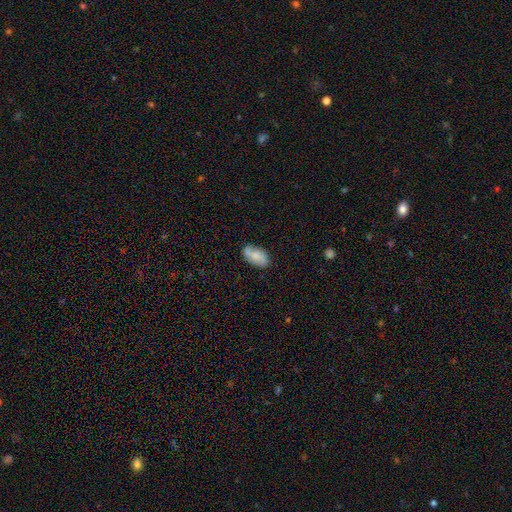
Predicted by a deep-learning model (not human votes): Q: Smooth or featured?
A: smooth (65%); runner-up: featured or disk (28%)
Q: How rounded?
A: in between (93%); runner-up: round (4%)
Q: Merging?
A: none (72%); runner-up: minor disturbance (21%)